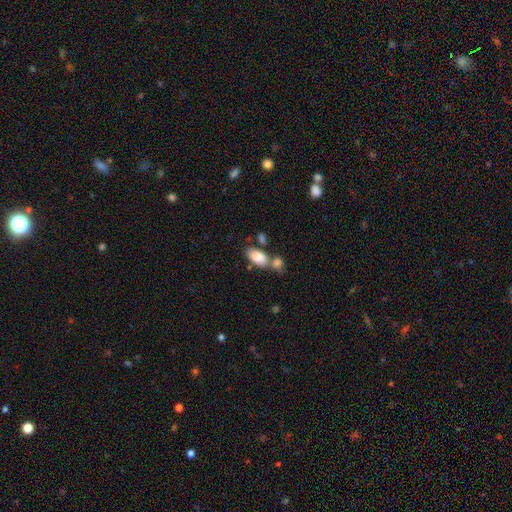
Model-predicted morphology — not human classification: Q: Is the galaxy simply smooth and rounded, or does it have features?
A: smooth — 84%.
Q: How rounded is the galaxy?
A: in between — 93%.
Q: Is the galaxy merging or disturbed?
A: none — 44%.